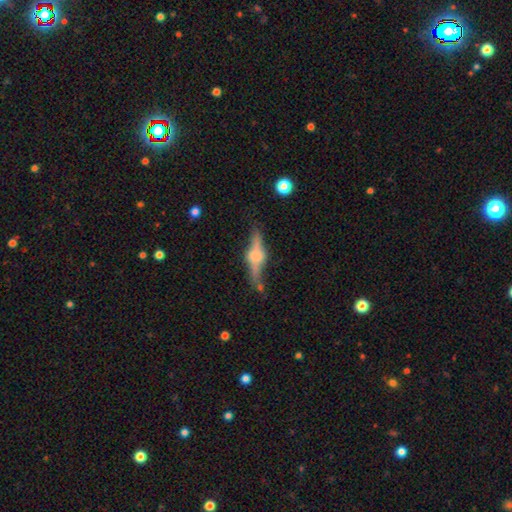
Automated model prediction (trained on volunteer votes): featured or disk 75%, smooth 18%, star or artifact 8%. Down the decision tree: edge-on disk — yes (92%); edge-on bulge — rounded (83%); merging — none (66%).